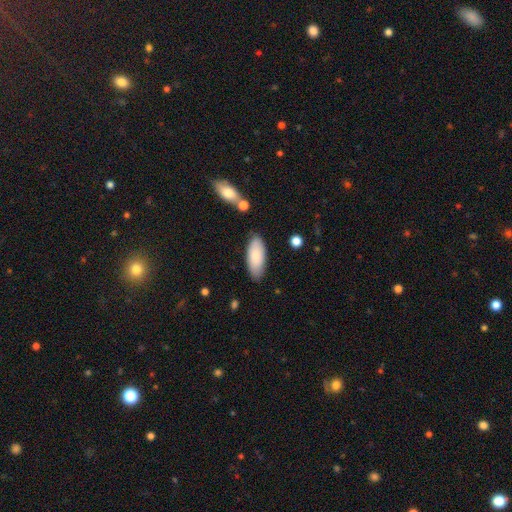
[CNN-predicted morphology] Q: Smooth or featured?
A: smooth (83%); runner-up: featured or disk (12%)
Q: How rounded?
A: in between (81%); runner-up: cigar-shaped (17%)
Q: Merging?
A: none (82%); runner-up: minor disturbance (13%)